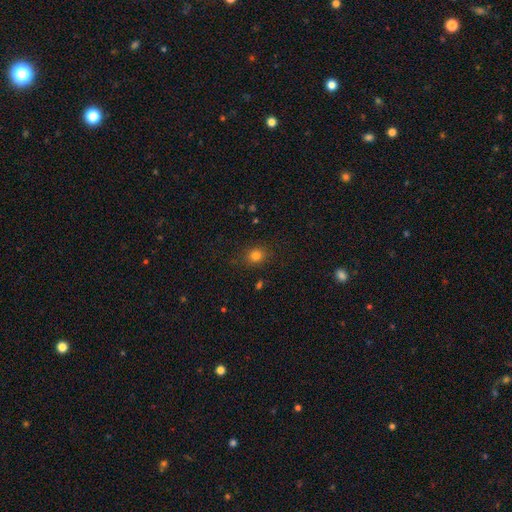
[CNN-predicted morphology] type=smooth (80%); roundness=round (66%); merging=none (86%).